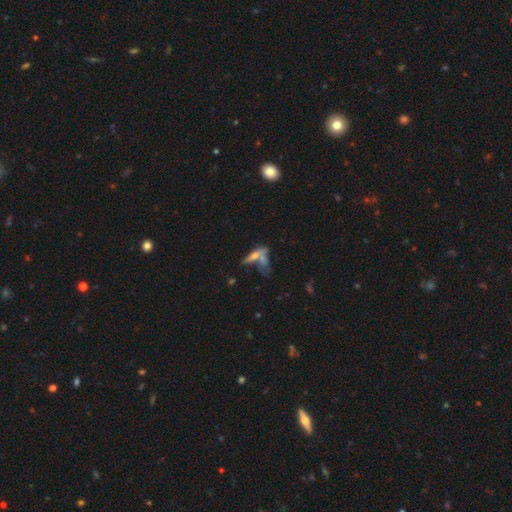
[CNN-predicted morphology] This is possibly a smooth galaxy (49%). Merging: marginally merger (40%).